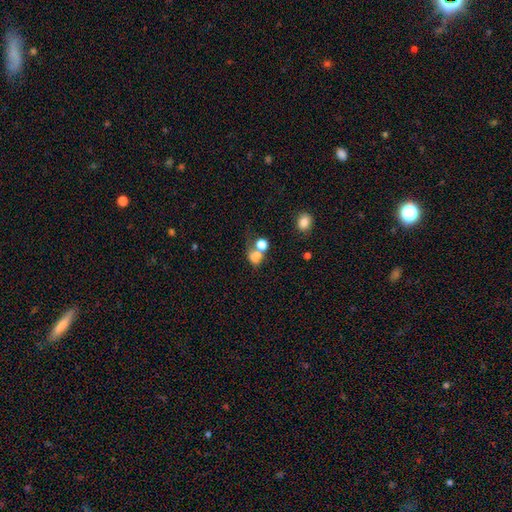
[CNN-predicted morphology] A smooth galaxy with no disk features (67%) that is round (56%). Merging: merger (48%).